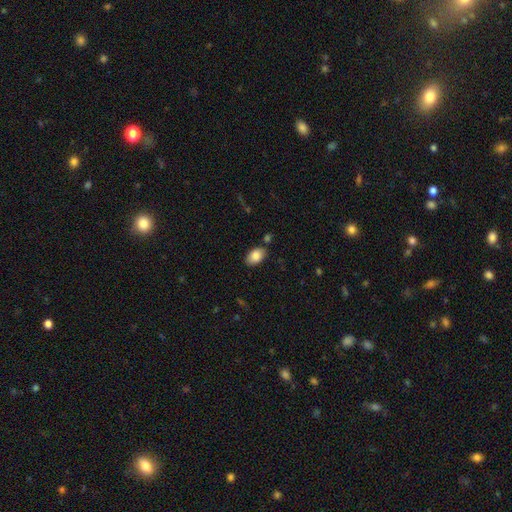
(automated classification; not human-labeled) smooth 86%, star or artifact 7%, featured or disk 7%. Down the decision tree: how rounded — in between (91%); merging — none (80%).